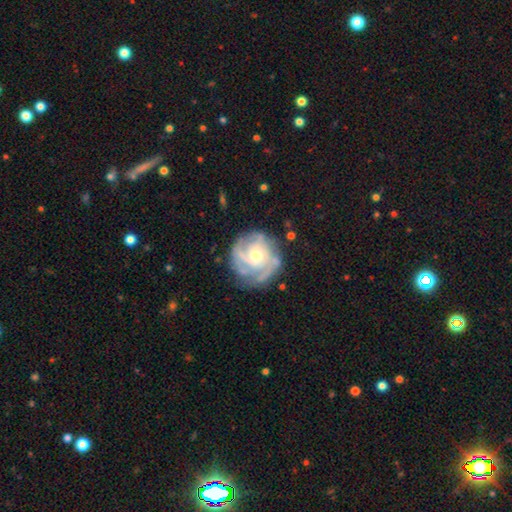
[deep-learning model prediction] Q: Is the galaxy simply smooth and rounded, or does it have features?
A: featured or disk — 82%.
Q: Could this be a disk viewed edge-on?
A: no — 98%.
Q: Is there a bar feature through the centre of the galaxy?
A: no — 74%.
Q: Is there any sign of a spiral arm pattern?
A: yes — 91%.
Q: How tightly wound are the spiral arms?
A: tight — 65%.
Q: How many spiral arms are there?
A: can't tell — 35%.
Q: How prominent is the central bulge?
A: moderate — 58%.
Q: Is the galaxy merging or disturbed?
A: none — 72%.